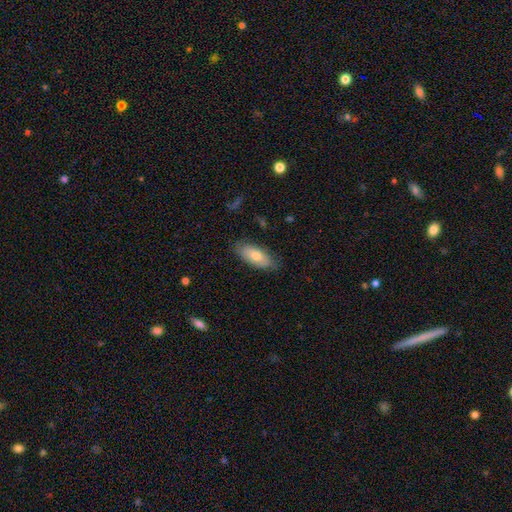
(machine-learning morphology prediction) A smooth galaxy with no disk features (67%) that is in between round and cigar-shaped (86%). Merging: none (78%).